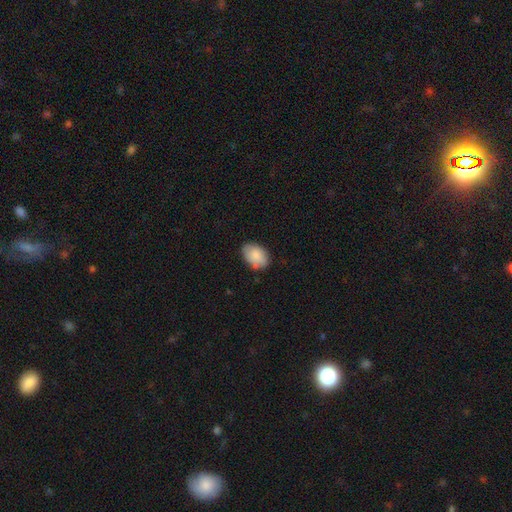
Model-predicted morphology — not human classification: A smooth galaxy with no disk features (85%) that is in between round and cigar-shaped (85%). Merging: none (75%).